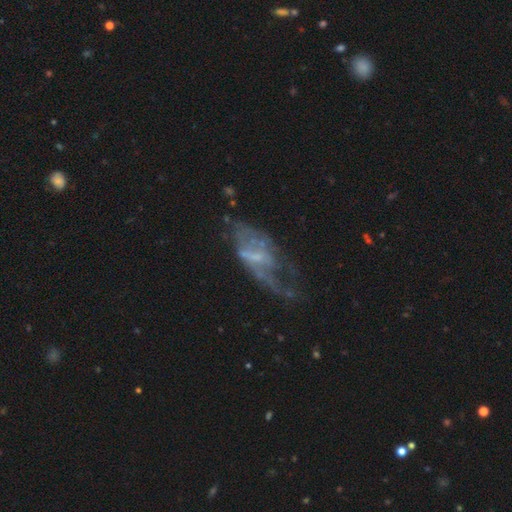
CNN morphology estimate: featured or disk 69%, smooth 20%, star or artifact 11%. Down the decision tree: edge-on disk — no (91%); bar — no (49%); spiral arms — yes (50%, tied with no); bulge size — small (47%); merging — none (36%, tied with major disturbance).